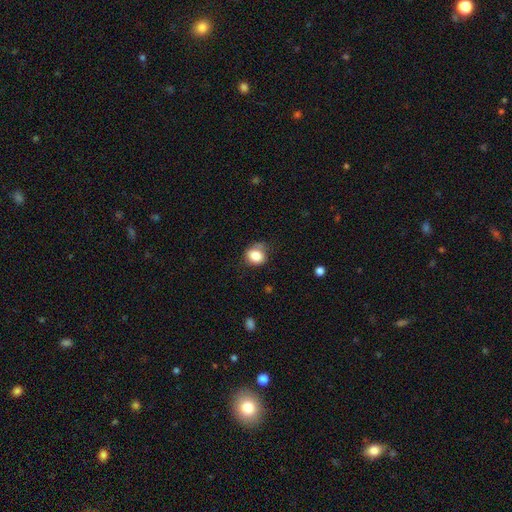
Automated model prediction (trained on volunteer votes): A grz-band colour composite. It shows a smooth galaxy with no disk features (82%) that is round (67%). Merging: none (64%).